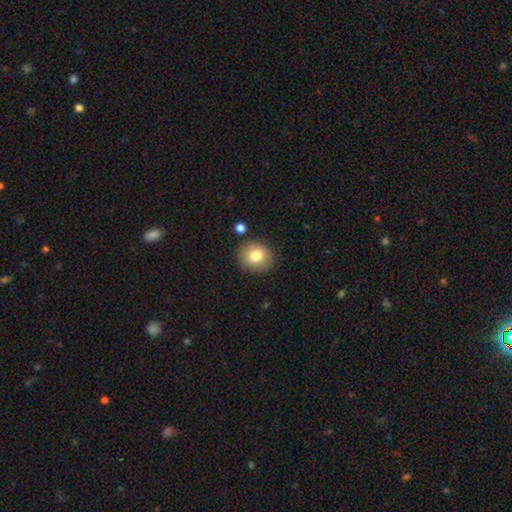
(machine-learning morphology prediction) smooth 81%, featured or disk 10%, star or artifact 9%. Down the decision tree: how rounded — round (74%); merging — none (85%).